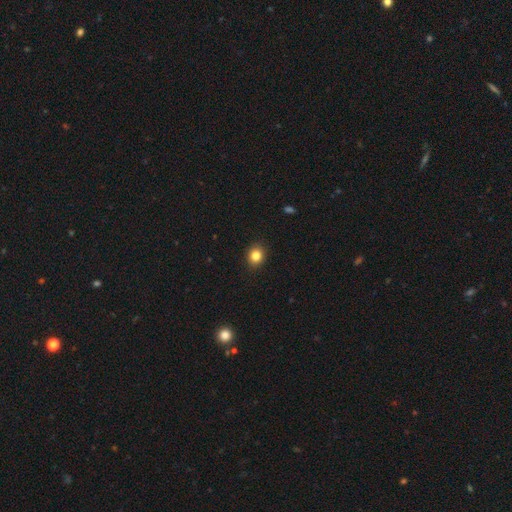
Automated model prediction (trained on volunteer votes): Q: Smooth or featured?
A: smooth (84%); runner-up: star or artifact (11%)
Q: How rounded?
A: round (69%); runner-up: in between (30%)
Q: Merging?
A: none (91%); runner-up: minor disturbance (6%)